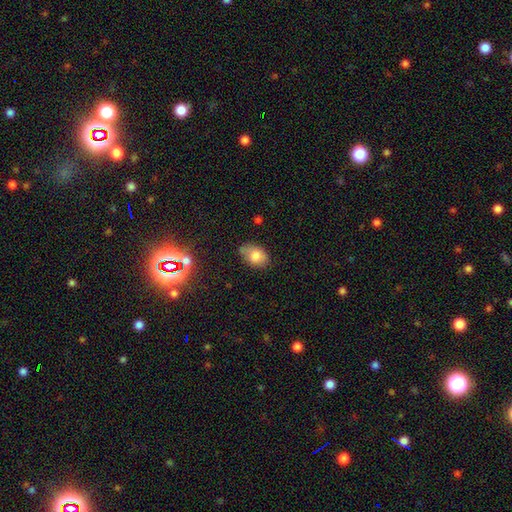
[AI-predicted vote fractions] Smooth or featured? smooth (77%)
How rounded? in between (82%)
Merging? none (63%)